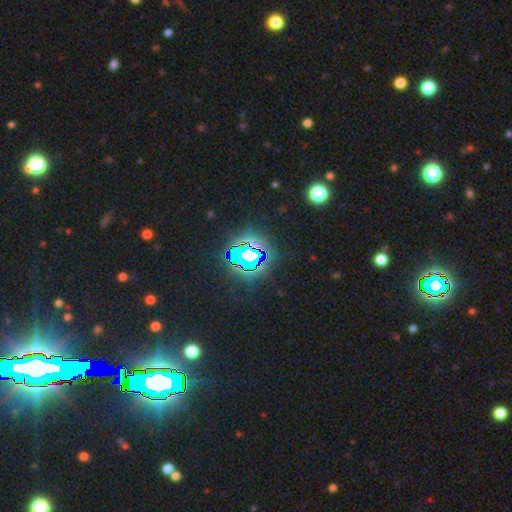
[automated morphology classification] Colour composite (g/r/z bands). It shows a star or artifact, not a galaxy (77%).